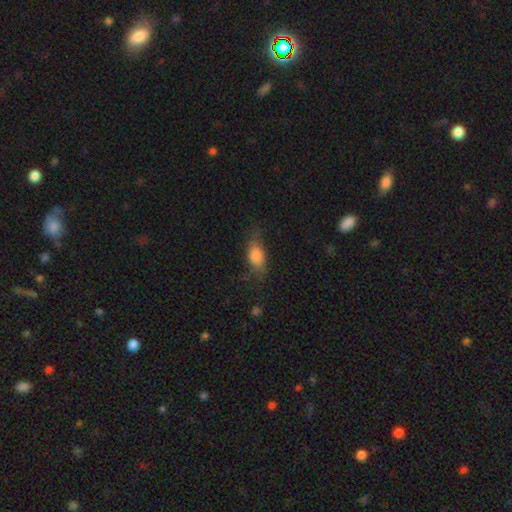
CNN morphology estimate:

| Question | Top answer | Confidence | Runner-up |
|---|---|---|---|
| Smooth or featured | smooth | 79% | featured or disk (12%) |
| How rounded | in between | 83% | cigar-shaped (11%) |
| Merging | none | 60% | minor disturbance (27%) |